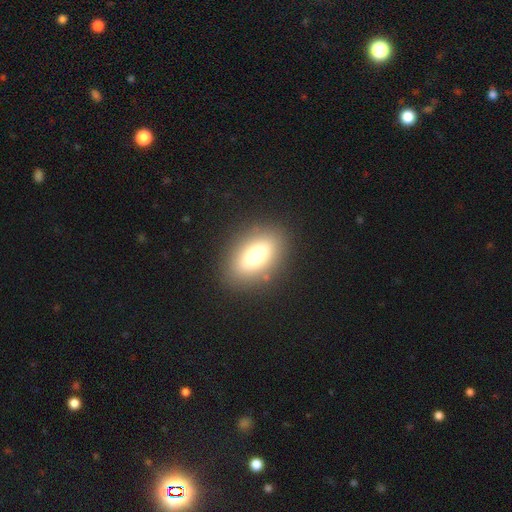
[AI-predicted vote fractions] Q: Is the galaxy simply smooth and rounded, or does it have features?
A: smooth — 74%.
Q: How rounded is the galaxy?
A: in between — 84%.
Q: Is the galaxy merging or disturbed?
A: none — 85%.